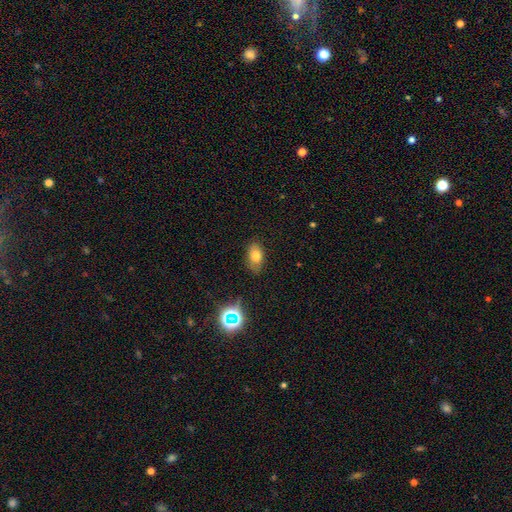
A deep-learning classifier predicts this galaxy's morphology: A smooth galaxy with no disk features (75%) that is in between round and cigar-shaped (88%).

Vote fractions:
- Smooth or featured? smooth: 75% / star or artifact: 14% / featured or disk: 12%
- How rounded? in between: 88% / round: 9% / cigar-shaped: 3%
- Merging? none: 80% / minor disturbance: 15% / major disturbance: 3% / merger: 1%